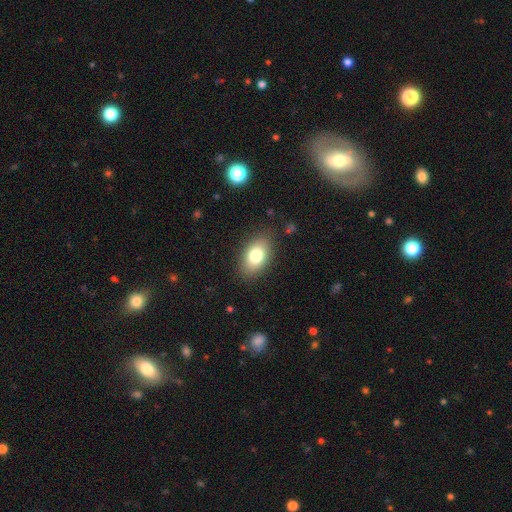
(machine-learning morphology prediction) This is likely a smooth galaxy (78%). How rounded: clearly in between (88%). Merging: clearly none (85%).